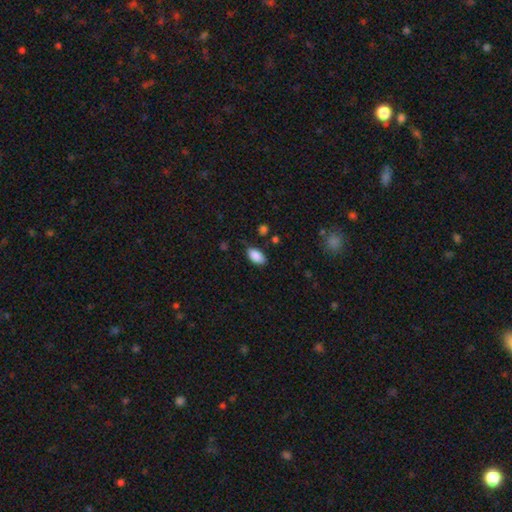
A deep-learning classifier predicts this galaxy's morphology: Q: Smooth or featured?
A: smooth (88%); runner-up: star or artifact (7%)
Q: How rounded?
A: in between (93%); runner-up: round (4%)
Q: Merging?
A: none (76%); runner-up: minor disturbance (18%)